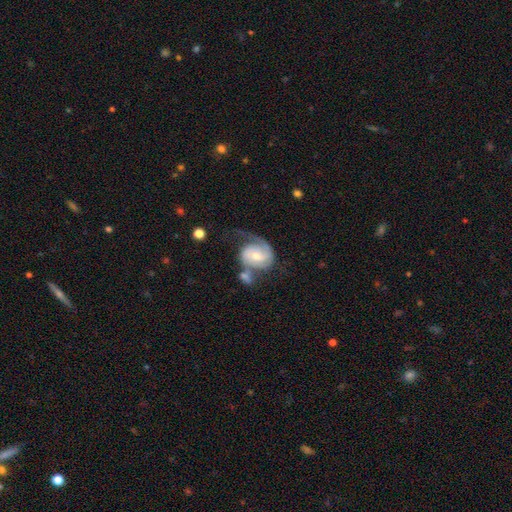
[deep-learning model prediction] This appears to be a featured or disk galaxy (79%) with no bar (52%), 2 (65%) medium (44%) spiral arms (95%) and a moderate central bulge (52%). Merging: none (36%).